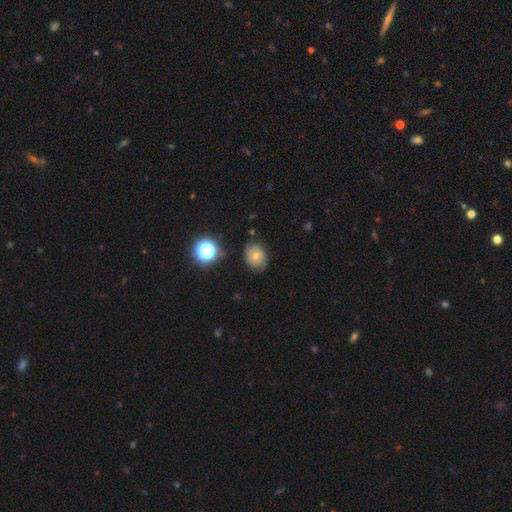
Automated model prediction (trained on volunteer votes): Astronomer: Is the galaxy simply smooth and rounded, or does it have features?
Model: smooth — 69%.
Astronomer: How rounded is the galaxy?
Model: round — 56% (runner-up: in between, 43%).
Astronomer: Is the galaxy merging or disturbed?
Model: none — 75%.